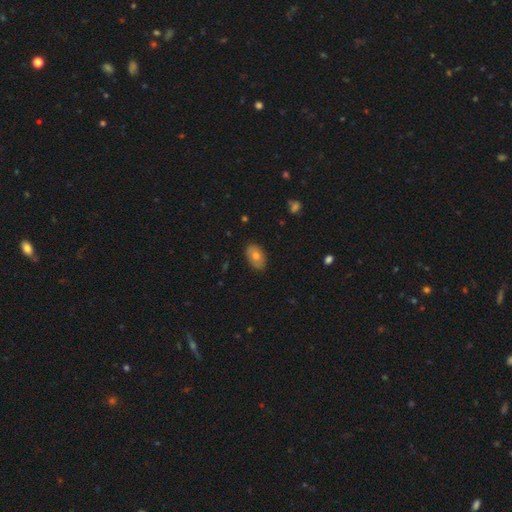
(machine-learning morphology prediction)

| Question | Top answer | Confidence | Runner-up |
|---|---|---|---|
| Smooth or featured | smooth | 72% | featured or disk (20%) |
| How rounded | in between | 91% | round (8%) |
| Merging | none | 86% | minor disturbance (11%) |